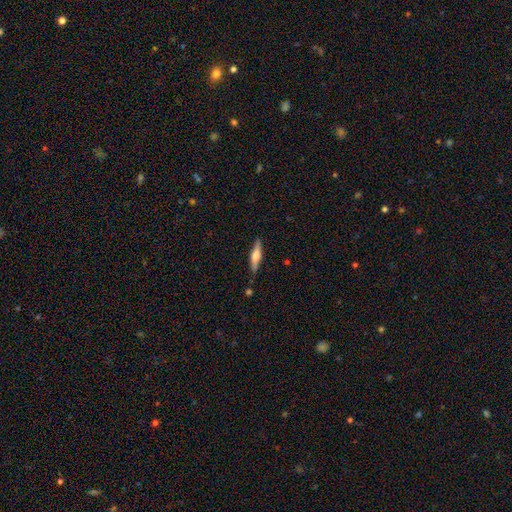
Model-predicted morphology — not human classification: Smooth or featured?
  - featured or disk: 57% *
  - smooth: 37%
  - star or artifact: 6%
Edge-on disk?
  - yes: 96% *
  - no: 4%
Edge-on bulge?
  - rounded: 84% *
  - boxy: 12%
  - none: 4%
Merging?
  - none: 84% *
  - minor disturbance: 11%
  - major disturbance: 2%
  - merger: 2%